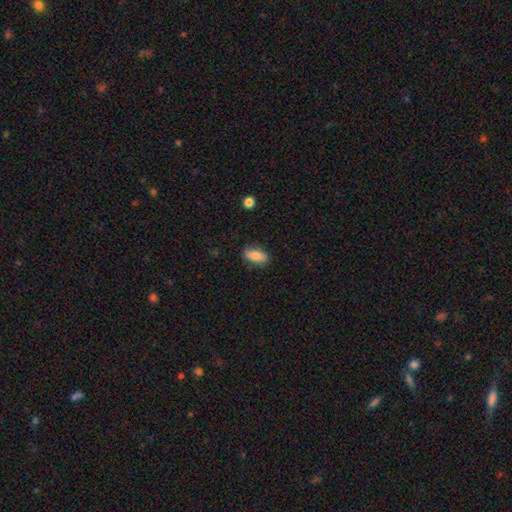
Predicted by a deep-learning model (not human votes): smooth 80%, featured or disk 13%, star or artifact 7%. Down the decision tree: how rounded — in between (81%); merging — none (83%).